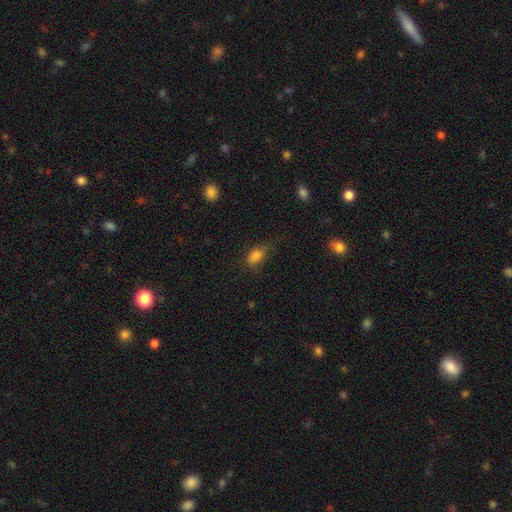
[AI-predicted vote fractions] Morphology: type=smooth (79%); roundness=in between (82%); merging=none (54%).